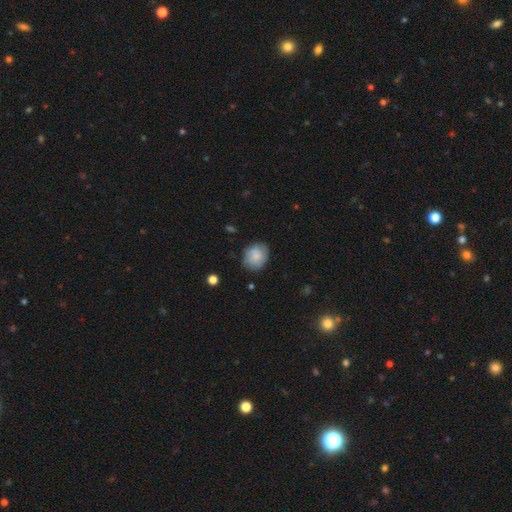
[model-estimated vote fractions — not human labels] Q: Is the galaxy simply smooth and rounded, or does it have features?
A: smooth — 76%.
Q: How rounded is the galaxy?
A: round — 58%.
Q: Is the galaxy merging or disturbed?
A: none — 73%.